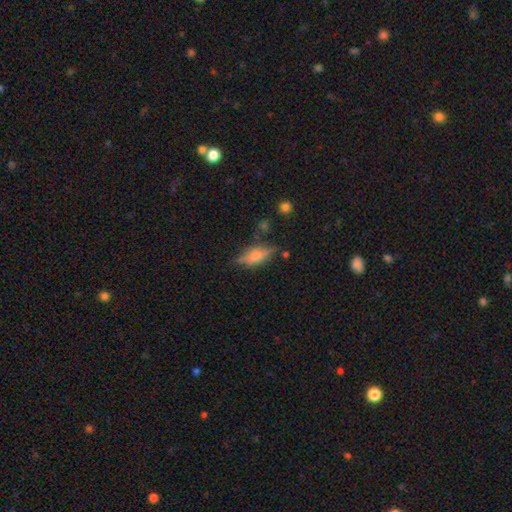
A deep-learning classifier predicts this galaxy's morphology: This is possibly a featured or disk galaxy (51%). It is clearly viewed edge-on (88%). Merging: likely none (75%).